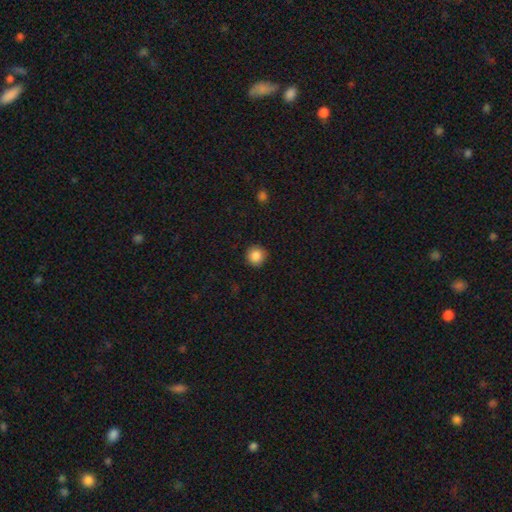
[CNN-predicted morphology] smooth 87%, star or artifact 9%, featured or disk 4%. Down the decision tree: how rounded — round (94%); merging — none (91%).